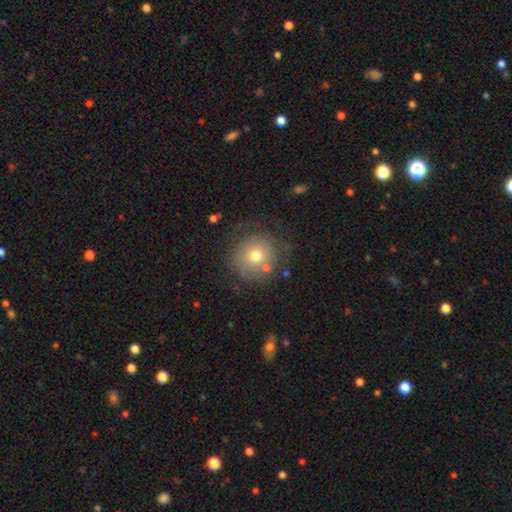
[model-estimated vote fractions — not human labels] A smooth galaxy with no disk features (64%) that is round (92%).

Vote fractions:
- Smooth or featured? smooth: 64% / featured or disk: 25% / star or artifact: 11%
- How rounded? round: 92% / in between: 7% / cigar-shaped: 1%
- Merging? none: 66% / minor disturbance: 18% / major disturbance: 11% / merger: 5%